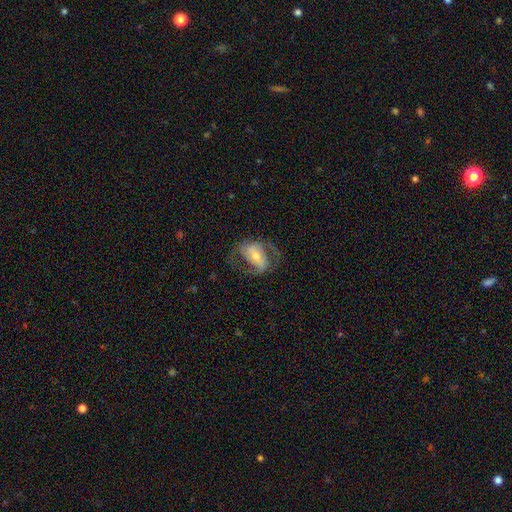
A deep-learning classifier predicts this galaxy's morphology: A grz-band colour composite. It shows a featured or disk galaxy (75%) with a strong bar (42%), 2 (86%) medium (50%) spiral arms (87%) and a small central bulge (47%). Merging: none (62%).